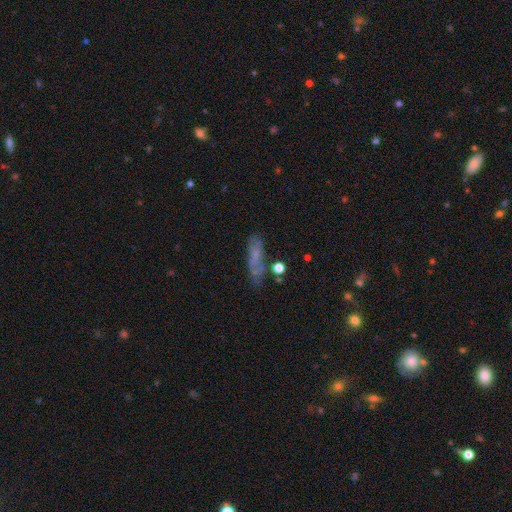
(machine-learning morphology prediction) This appears to be a smooth galaxy with no disk features (54%) that is cigar-shaped (56%). Merging: none (53%).